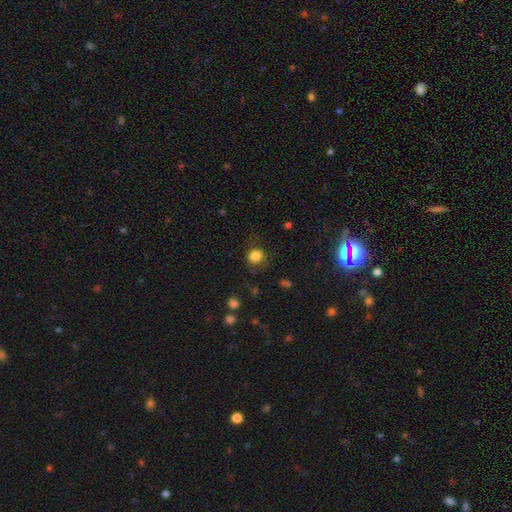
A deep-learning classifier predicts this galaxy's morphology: smooth_or_featured: smooth (p=0.83) [alt: star or artifact p=0.11]
how_rounded: round (p=0.78) [alt: in between p=0.21]
merging: none (p=0.75) [alt: minor disturbance p=0.17]